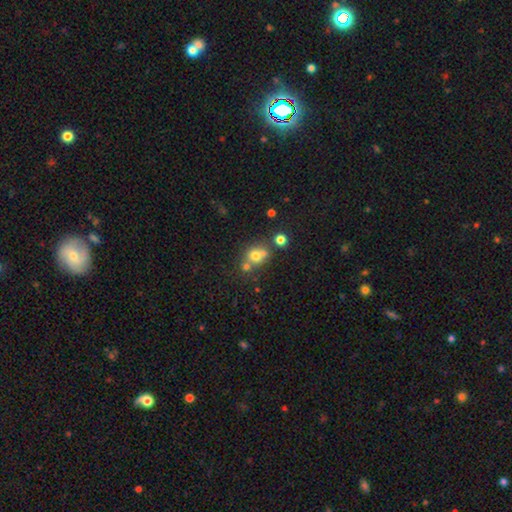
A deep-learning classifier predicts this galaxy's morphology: type=smooth (67%); roundness=round (71%); merging=none (43%).